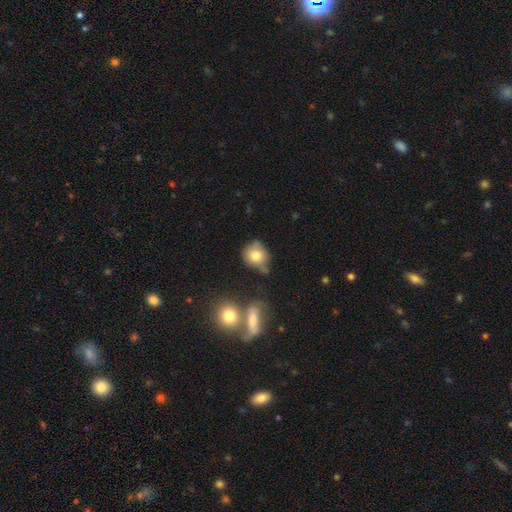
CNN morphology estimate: type=smooth (75%); roundness=round (76%); merging=none (52%).